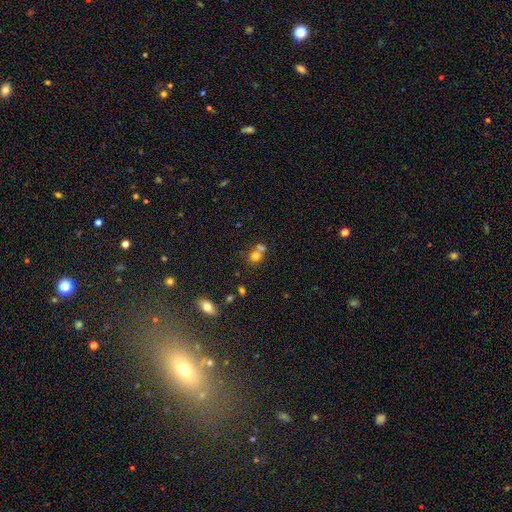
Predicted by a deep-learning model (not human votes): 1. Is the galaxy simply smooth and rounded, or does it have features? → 74% smooth, 15% star or artifact, 12% featured or disk.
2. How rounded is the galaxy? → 78% round, 20% in between, 1% cigar-shaped.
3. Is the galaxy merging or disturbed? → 45% none, 44% merger, 8% minor disturbance, 3% major disturbance.